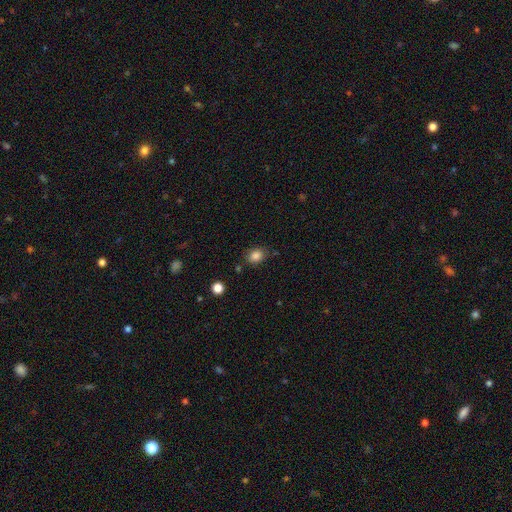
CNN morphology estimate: Smooth or featured? smooth (85%)
How rounded? in between (50%)
Merging? none (78%)